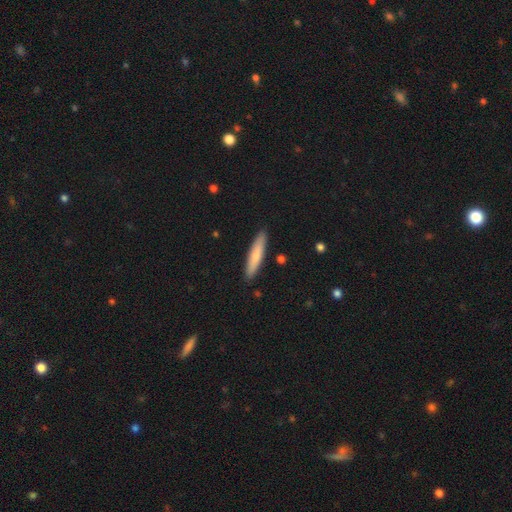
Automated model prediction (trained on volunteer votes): Smooth or featured: smooth — 77% (featured or disk — 18%)
How rounded: cigar-shaped — 87% (in between — 12%)
Merging: none — 90% (minor disturbance — 7%)